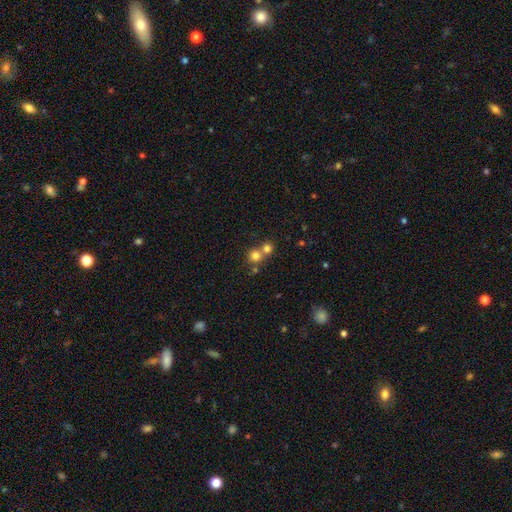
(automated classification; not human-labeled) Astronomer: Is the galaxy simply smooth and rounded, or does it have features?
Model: smooth — 76%.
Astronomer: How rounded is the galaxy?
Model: round — 90%.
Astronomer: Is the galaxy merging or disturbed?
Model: none — 47% (runner-up: merger, 46%).